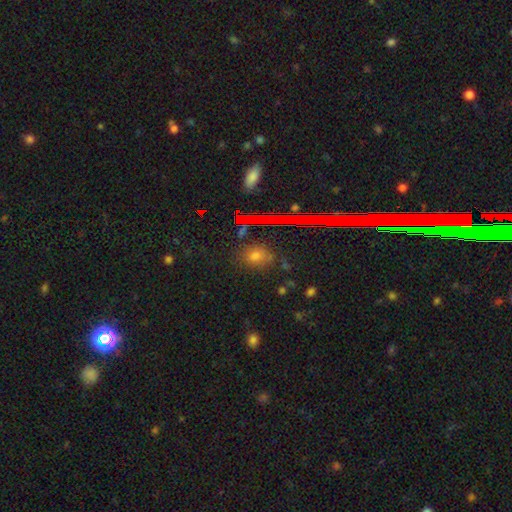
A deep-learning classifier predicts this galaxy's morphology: Overall: smooth (62%; star or artifact 30%). How rounded: round (54%; in between 43%). Merging: none (81%).